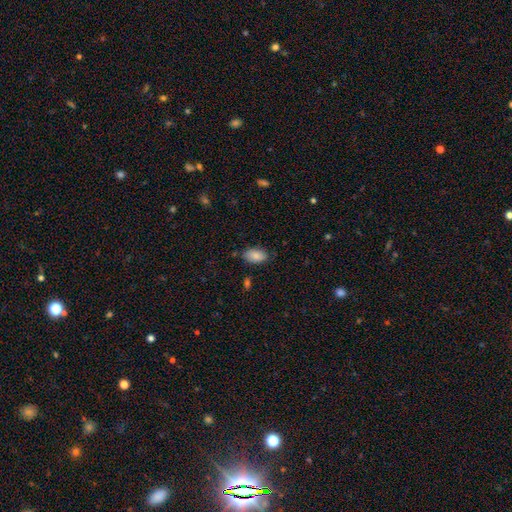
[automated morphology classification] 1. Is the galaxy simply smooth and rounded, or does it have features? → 86% smooth, 7% star or artifact, 7% featured or disk.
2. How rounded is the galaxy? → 93% in between, 6% round, 2% cigar-shaped.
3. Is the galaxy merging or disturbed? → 79% none, 16% minor disturbance, 3% major disturbance, 2% merger.